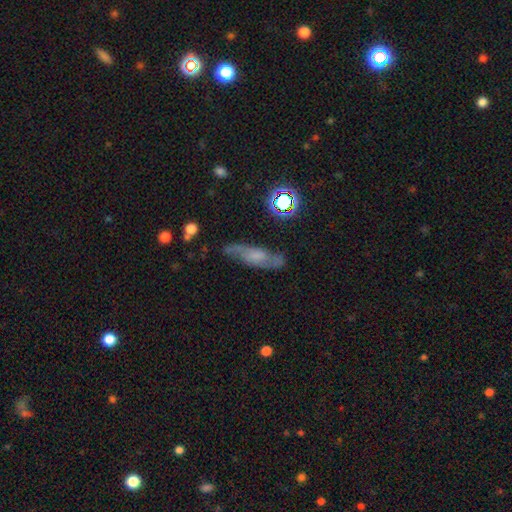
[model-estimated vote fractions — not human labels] featured or disk 55%, smooth 29%, star or artifact 16%. Down the decision tree: edge-on disk — no (70%); merging — none (67%).